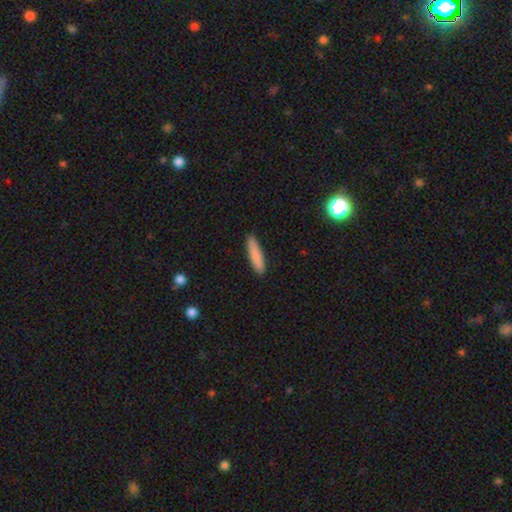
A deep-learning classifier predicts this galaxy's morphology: A smooth galaxy with no disk features (84%) that is cigar-shaped (84%). Merging: none (88%).